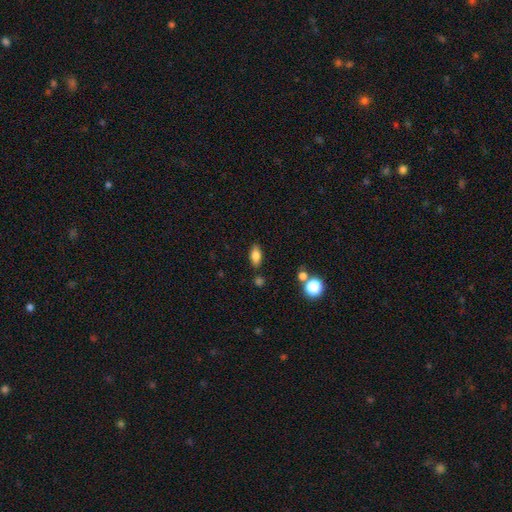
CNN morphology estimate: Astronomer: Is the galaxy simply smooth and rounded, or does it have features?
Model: smooth — 79%.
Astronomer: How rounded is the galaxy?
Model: in between — 85%.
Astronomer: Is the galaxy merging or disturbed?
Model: none — 83%.